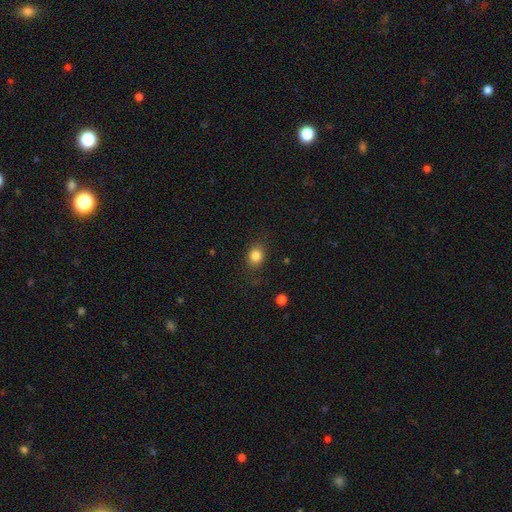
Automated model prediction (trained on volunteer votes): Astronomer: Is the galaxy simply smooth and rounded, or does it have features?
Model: smooth — 83%.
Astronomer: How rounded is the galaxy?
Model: round — 58% (runner-up: in between, 41%).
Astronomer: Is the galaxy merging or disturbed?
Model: none — 81%.